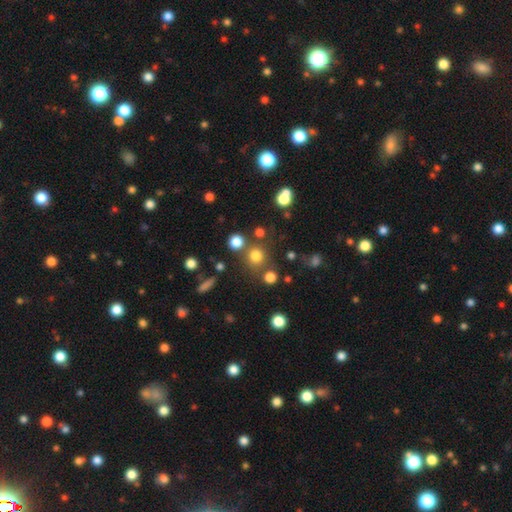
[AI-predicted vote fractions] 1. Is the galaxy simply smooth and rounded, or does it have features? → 77% smooth, 16% star or artifact, 7% featured or disk.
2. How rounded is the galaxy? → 91% round, 8% in between, 1% cigar-shaped.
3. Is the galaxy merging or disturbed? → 76% none, 11% merger, 9% minor disturbance, 4% major disturbance.